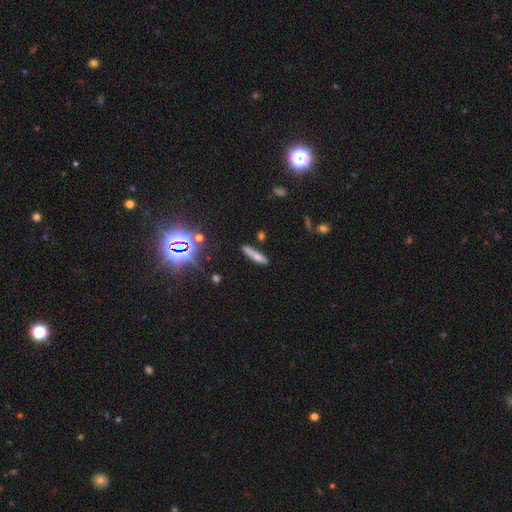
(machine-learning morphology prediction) Smooth or featured: smooth — 70% (featured or disk — 16%)
How rounded: cigar-shaped — 86% (in between — 12%)
Merging: none — 78% (minor disturbance — 14%)